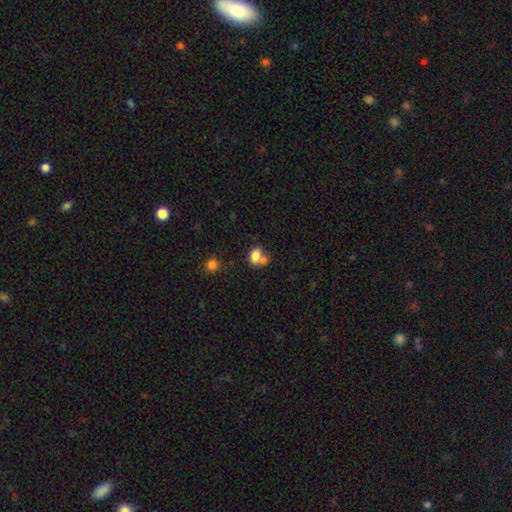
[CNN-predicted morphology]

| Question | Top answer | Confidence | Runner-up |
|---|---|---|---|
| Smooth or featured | smooth | 78% | featured or disk (12%) |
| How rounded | in between | 71% | round (28%) |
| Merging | merger | 48% | none (34%) |